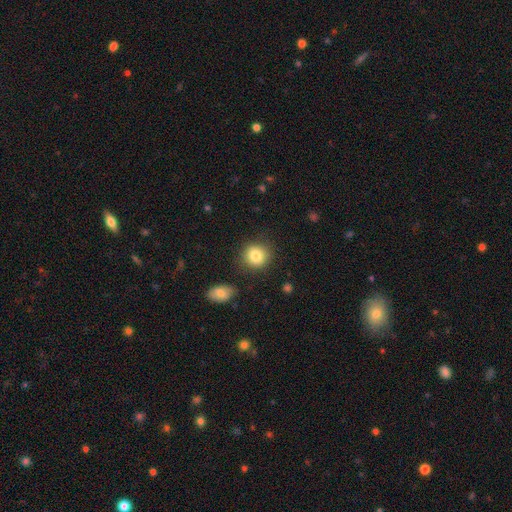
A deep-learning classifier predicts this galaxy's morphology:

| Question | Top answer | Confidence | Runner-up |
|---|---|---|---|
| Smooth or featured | smooth | 84% | star or artifact (9%) |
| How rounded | round | 84% | in between (15%) |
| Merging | none | 84% | minor disturbance (10%) |